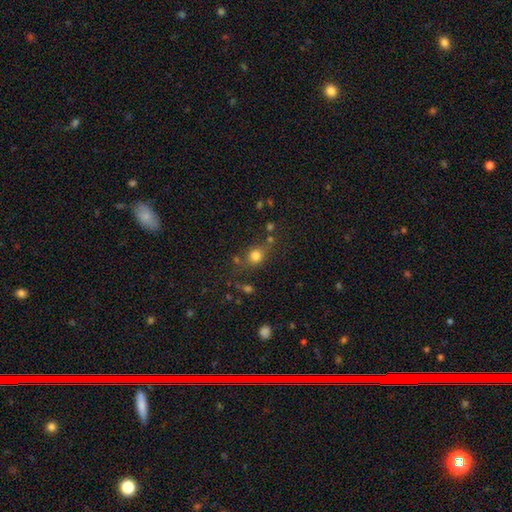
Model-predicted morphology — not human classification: Smooth or featured? Predicted: smooth (p=0.78). How rounded? Predicted: round (p=0.75). Merging? Predicted: none (p=0.64).